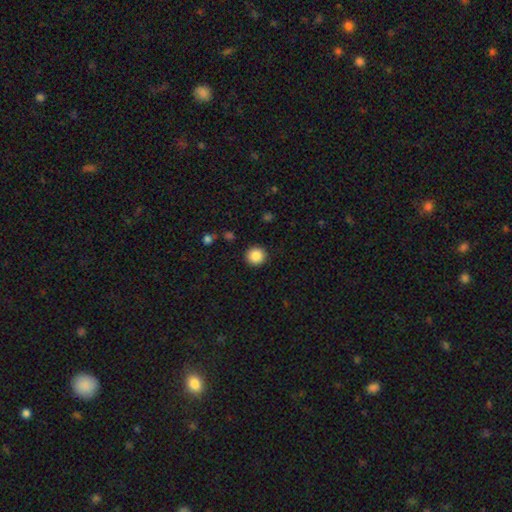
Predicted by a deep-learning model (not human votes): Smooth or featured: smooth — 87% (star or artifact — 9%)
How rounded: round — 95% (in between — 4%)
Merging: none — 92% (minor disturbance — 5%)